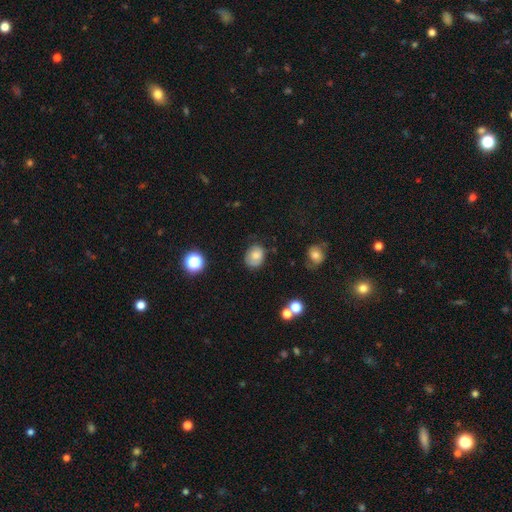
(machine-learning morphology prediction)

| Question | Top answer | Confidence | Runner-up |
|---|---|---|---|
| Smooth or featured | smooth | 78% | featured or disk (12%) |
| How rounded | in between | 50% | round (49%) |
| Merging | none | 70% | minor disturbance (22%) |